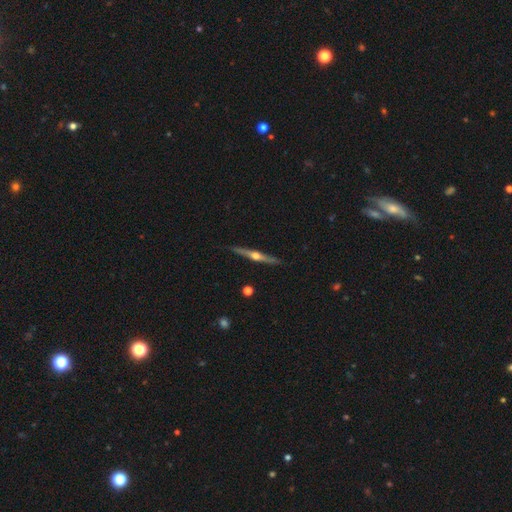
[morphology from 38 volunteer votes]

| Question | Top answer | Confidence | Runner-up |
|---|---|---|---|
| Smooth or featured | featured or disk | 95% | smooth (3%) |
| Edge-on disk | yes | 100% | — |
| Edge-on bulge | rounded | 97% | none (3%) |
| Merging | none | 89% | minor disturbance (5%) |